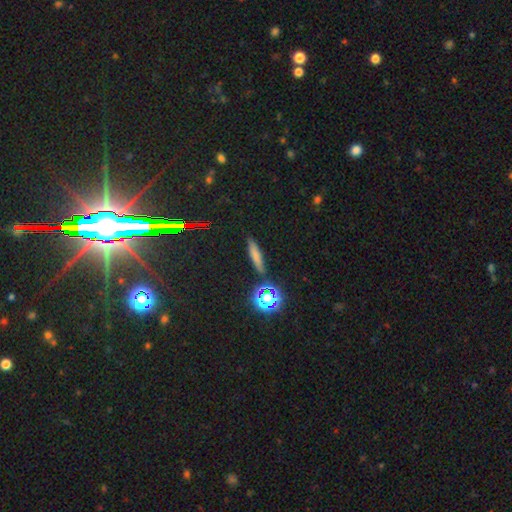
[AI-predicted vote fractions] smooth-or-featured: smooth: 63% | star or artifact: 24% | featured or disk: 13%
  how-rounded: cigar-shaped: 79% | in between: 15% | round: 7%
  merging: none: 86% | minor disturbance: 9% | merger: 3% | major disturbance: 3%